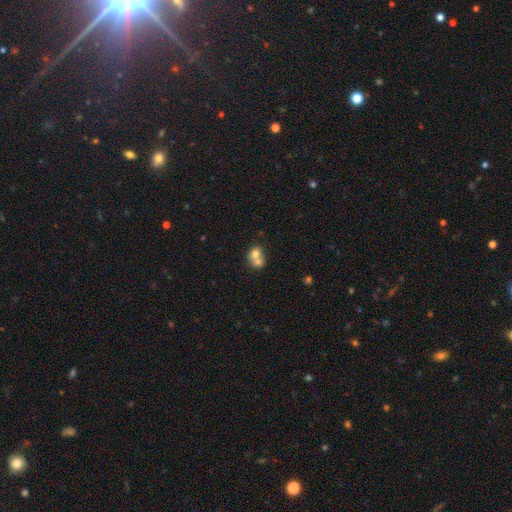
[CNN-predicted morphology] This is likely a smooth galaxy (69%). How rounded: likely round (61%). Merging: likely merger (69%).